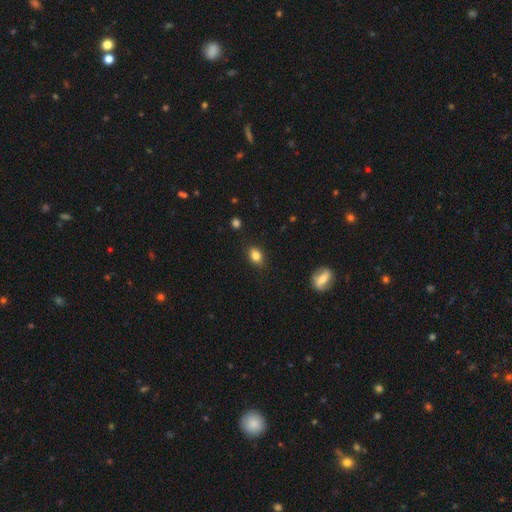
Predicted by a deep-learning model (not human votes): Smooth or featured? Predicted: smooth (p=0.82). How rounded? Predicted: in between (p=0.68). Merging? Predicted: none (p=0.83).